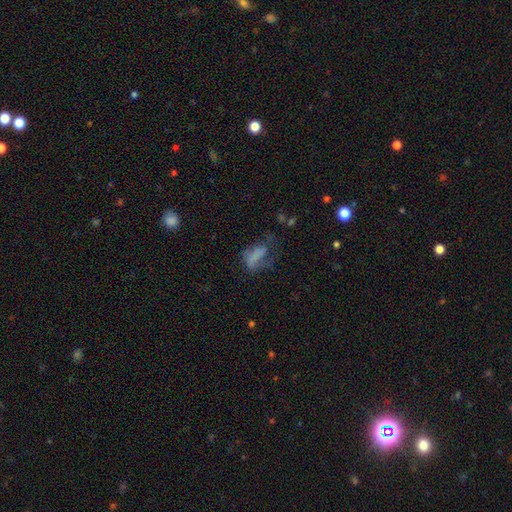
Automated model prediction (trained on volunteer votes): This appears to be a smooth galaxy with no disk features (53%) that is in between round and cigar-shaped (74%). Merging: major disturbance (47%).